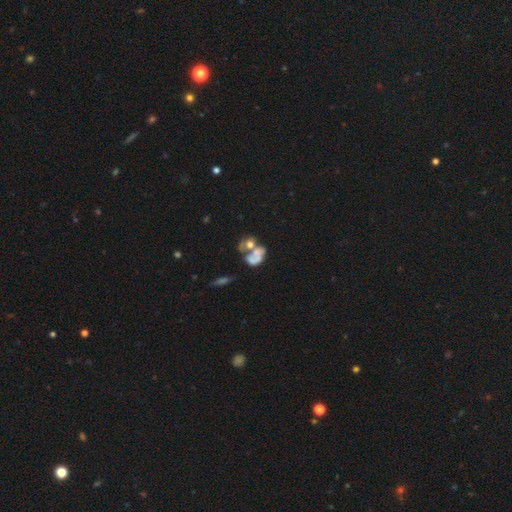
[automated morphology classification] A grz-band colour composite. It shows a featured or disk galaxy (50%). Merging: merger (59%).